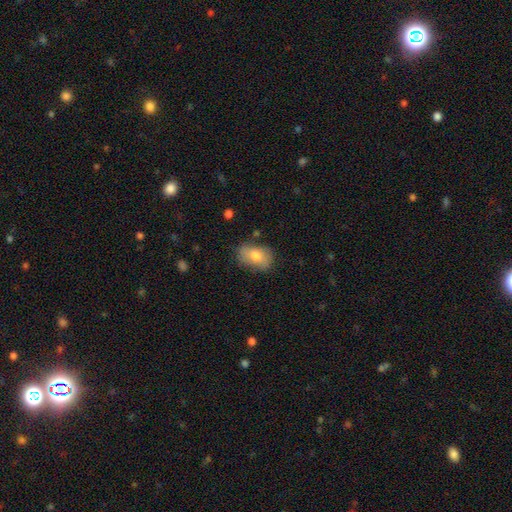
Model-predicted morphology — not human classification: This is likely a smooth galaxy (75%). How rounded: clearly in between (86%). Merging: likely none (71%).